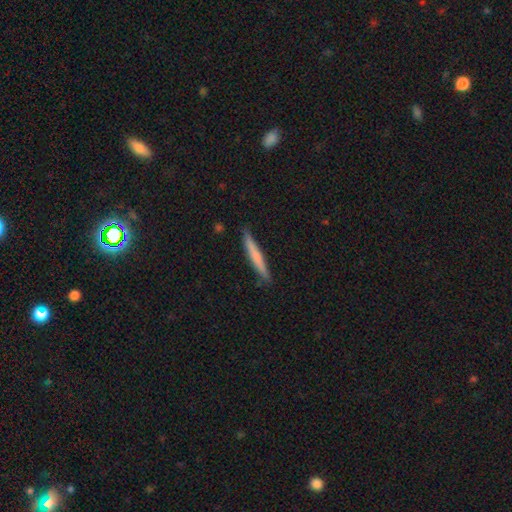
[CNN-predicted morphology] Smooth or featured?
  - smooth: 65% *
  - featured or disk: 29%
  - star or artifact: 5%
How rounded?
  - cigar-shaped: 96% *
  - in between: 3%
  - round: 1%
Merging?
  - none: 88% *
  - minor disturbance: 9%
  - major disturbance: 2%
  - merger: 1%